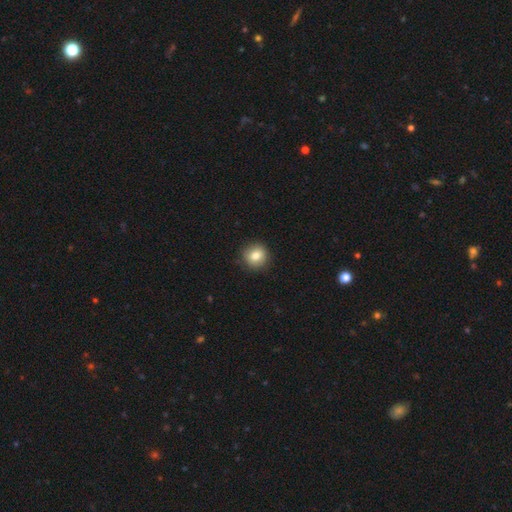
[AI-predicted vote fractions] This is clearly a smooth galaxy (81%). How rounded: clearly round (91%). Merging: clearly none (88%).